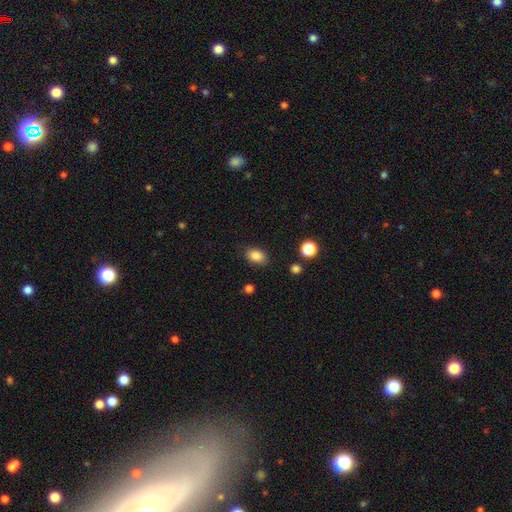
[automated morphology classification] Smooth or featured: smooth — 86% (star or artifact — 9%)
How rounded: in between — 81% (round — 18%)
Merging: none — 82% (minor disturbance — 13%)